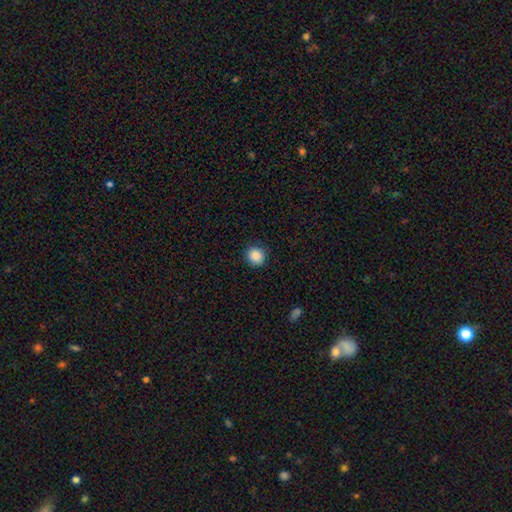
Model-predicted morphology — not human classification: Q: Smooth or featured?
A: smooth (87%); runner-up: star or artifact (10%)
Q: How rounded?
A: round (92%); runner-up: in between (7%)
Q: Merging?
A: none (90%); runner-up: minor disturbance (7%)